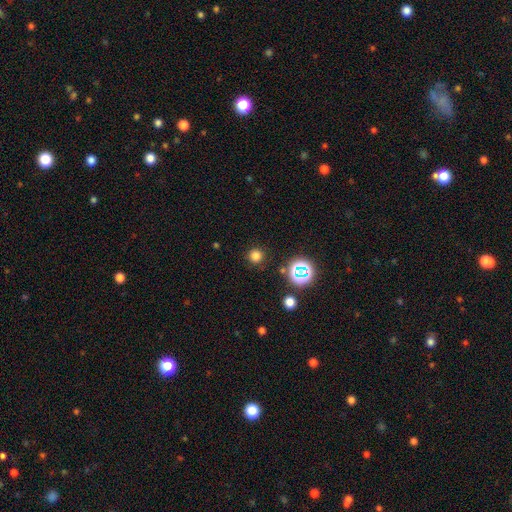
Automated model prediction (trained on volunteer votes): Smooth or featured: smooth — 73% (star or artifact — 22%)
How rounded: round — 95% (in between — 4%)
Merging: none — 88% (minor disturbance — 7%)